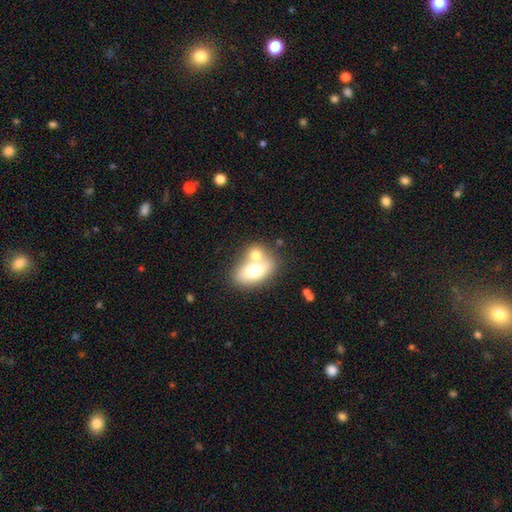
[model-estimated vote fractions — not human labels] smooth_or_featured: smooth (p=0.68) [alt: featured or disk p=0.24]
how_rounded: in between (p=0.81) [alt: round p=0.17]
merging: merger (p=0.52) [alt: none p=0.35]